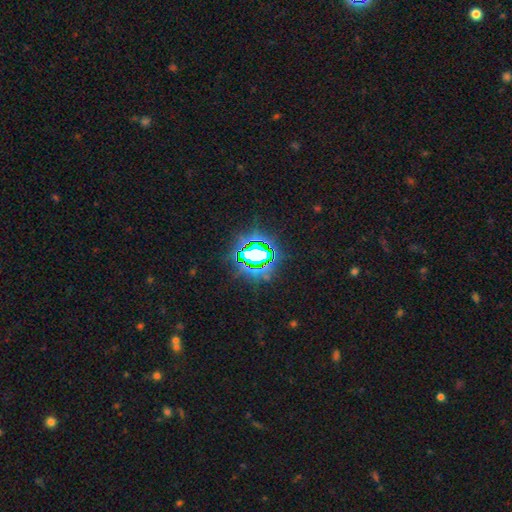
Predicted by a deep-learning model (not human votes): star or artifact 75%, smooth 14%, featured or disk 11%.